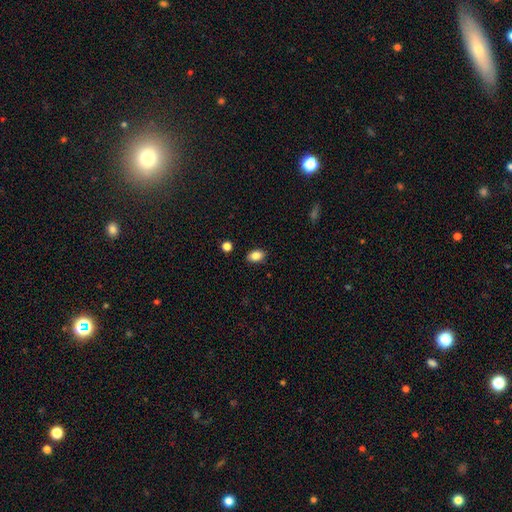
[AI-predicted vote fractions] Smooth or featured? smooth (85%)
How rounded? in between (83%)
Merging? none (87%)